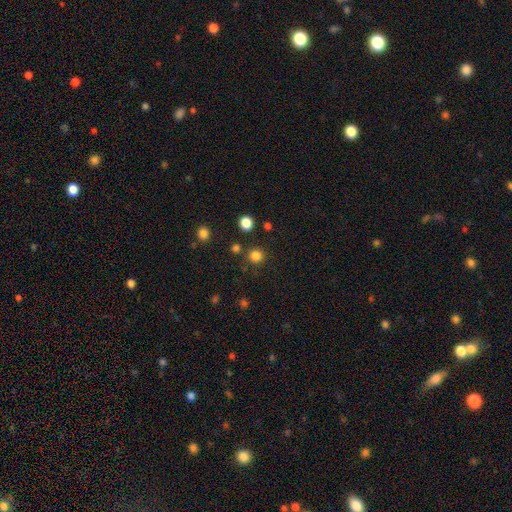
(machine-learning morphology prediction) A smooth galaxy with no disk features (81%) that is round (93%). Merging: none (86%).